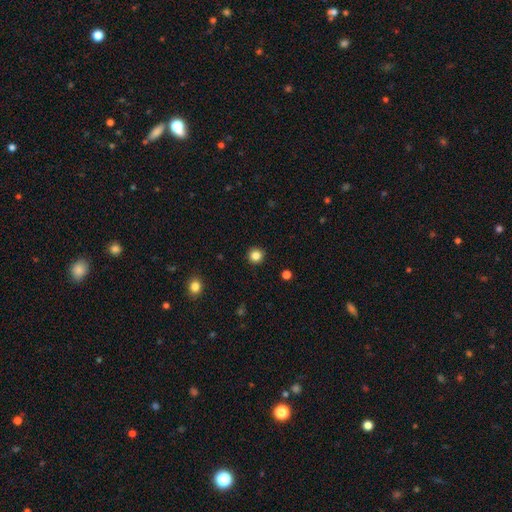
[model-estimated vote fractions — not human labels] smooth_or_featured: smooth (p=0.84) [alt: star or artifact p=0.12]
how_rounded: round (p=0.95) [alt: in between p=0.04]
merging: none (p=0.92) [alt: minor disturbance p=0.05]